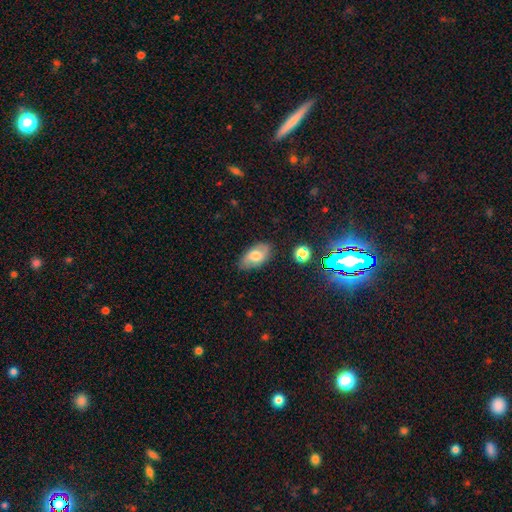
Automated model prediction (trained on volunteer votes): Overall: smooth (63%; featured or disk 28%). How rounded: in between (92%). Merging: none (80%).